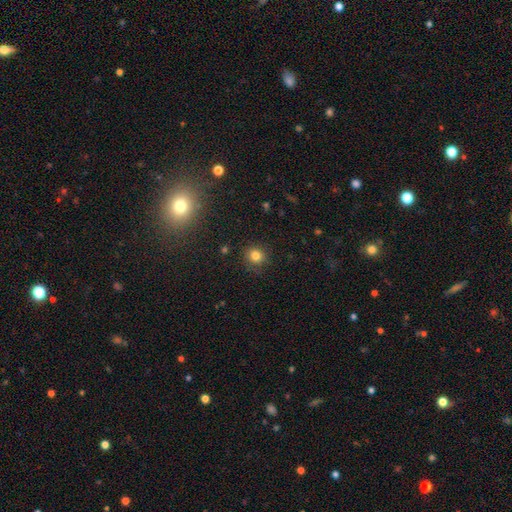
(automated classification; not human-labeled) A smooth galaxy with no disk features (80%) that is round (86%). Merging: none (84%).